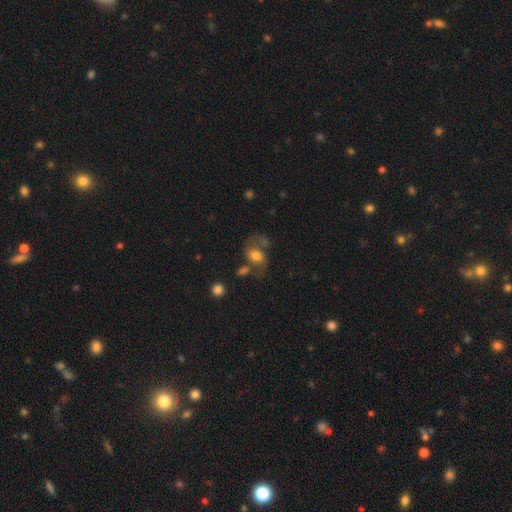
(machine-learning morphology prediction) Smooth or featured: smooth — 57% (featured or disk — 33%)
How rounded: in between — 68% (round — 30%)
Merging: none — 40% (merger — 21%)